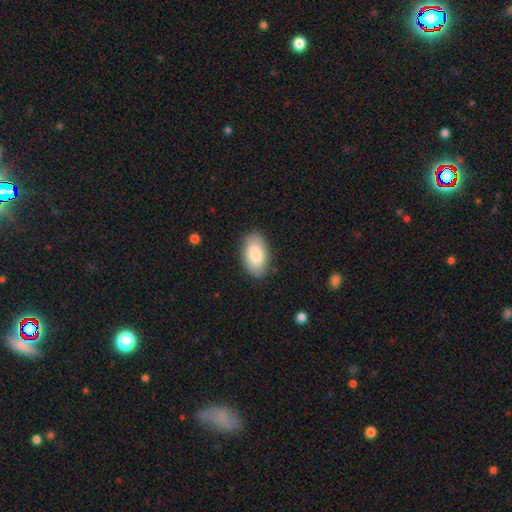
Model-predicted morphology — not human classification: smooth_or_featured: smooth (p=0.83) [alt: featured or disk p=0.12]
how_rounded: in between (p=0.94) [alt: round p=0.03]
merging: none (p=0.85) [alt: minor disturbance p=0.11]